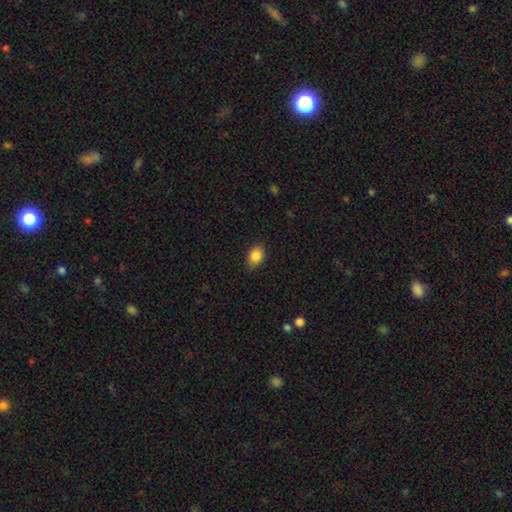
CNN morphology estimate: Q: Smooth or featured?
A: smooth (86%); runner-up: star or artifact (9%)
Q: How rounded?
A: in between (70%); runner-up: round (28%)
Q: Merging?
A: none (86%); runner-up: minor disturbance (11%)